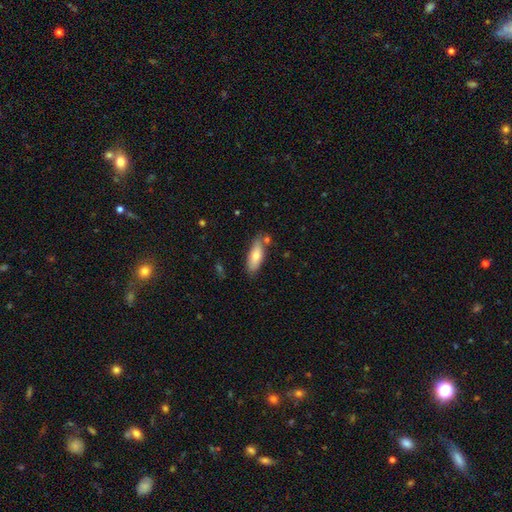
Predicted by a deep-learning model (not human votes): Smooth or featured? Predicted: smooth (p=0.72). How rounded? Predicted: in between (p=0.68). Merging? Predicted: none (p=0.75).